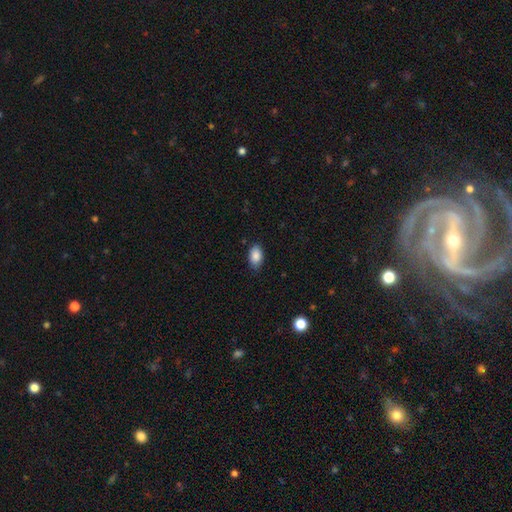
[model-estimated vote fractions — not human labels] Morphology: type=smooth (88%); roundness=in between (92%); merging=none (81%).